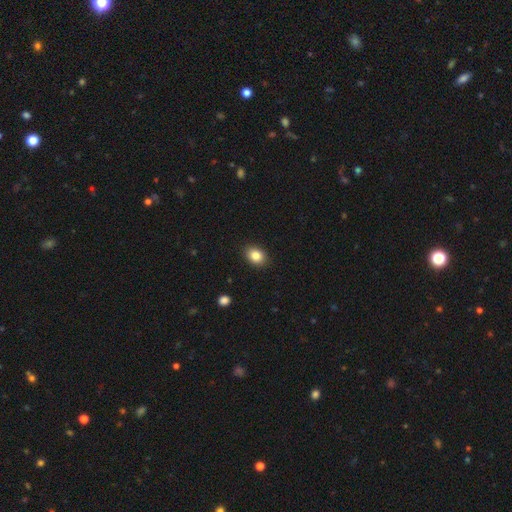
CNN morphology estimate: The model was most divided on "how rounded": in between: 63%, round: 36%, cigar-shaped: 1%. More confident: merging — none (89%); smooth or featured — smooth (84%).